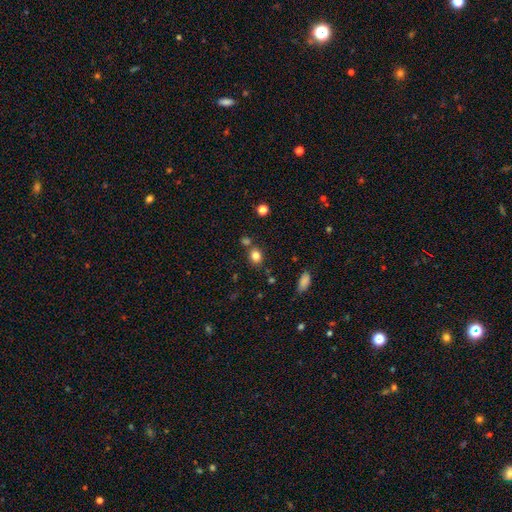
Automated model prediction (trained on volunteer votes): Smooth or featured?
  - smooth: 81% *
  - star or artifact: 12%
  - featured or disk: 7%
How rounded?
  - round: 63% *
  - in between: 36%
  - cigar-shaped: 1%
Merging?
  - none: 72% *
  - merger: 14%
  - minor disturbance: 11%
  - major disturbance: 3%